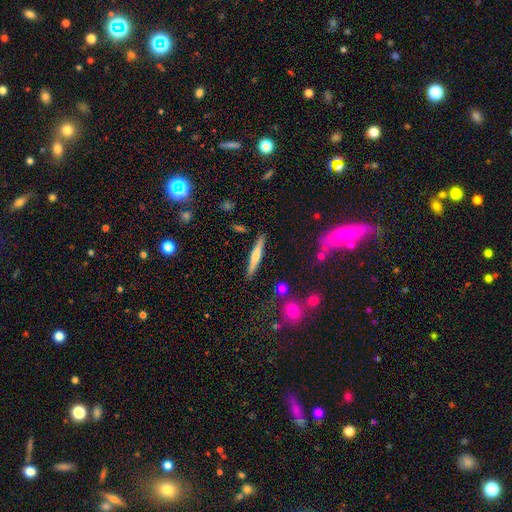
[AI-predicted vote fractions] smooth-or-featured: smooth: 49% | featured or disk: 44% | star or artifact: 6%
  merging: none: 88% | minor disturbance: 8% | merger: 2% | major disturbance: 2%